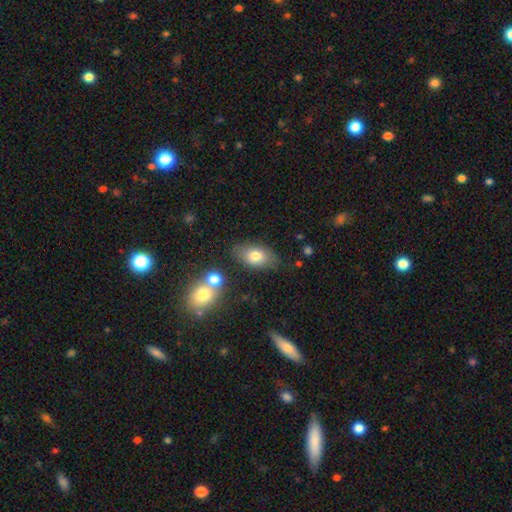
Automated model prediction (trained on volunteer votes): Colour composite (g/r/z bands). It shows a smooth galaxy with no disk features (76%) that is in between round and cigar-shaped (89%). Merging: none (72%).